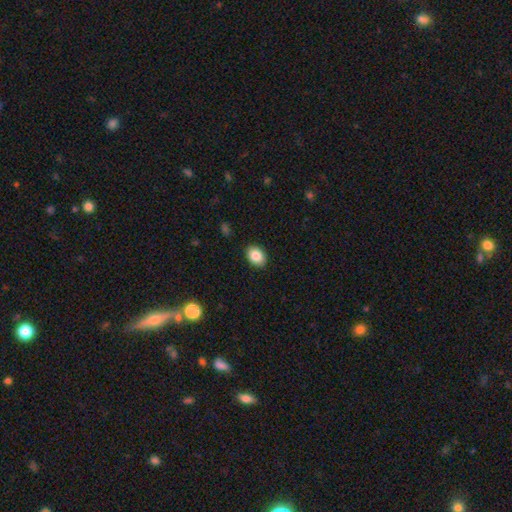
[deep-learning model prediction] Smooth or featured? smooth (86%)
How rounded? in between (75%)
Merging? none (89%)